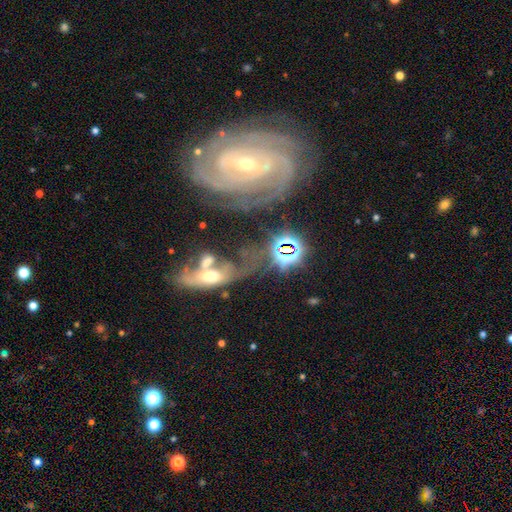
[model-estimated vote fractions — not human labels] Morphology: type=featured or disk (71%); edge-on=no (90%); bar=no (49%); spiral arms=yes (86%); winding=tight (62%); arm count=can't tell (36%); bulge=small (58%); merging=none (49%).